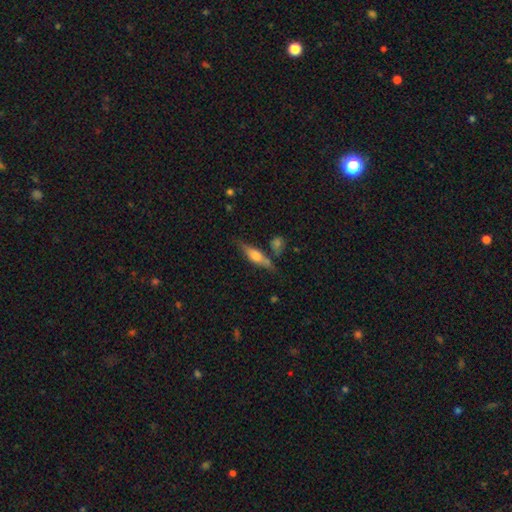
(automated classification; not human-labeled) This appears to be a featured or disk galaxy (48%). Merging: none (68%).